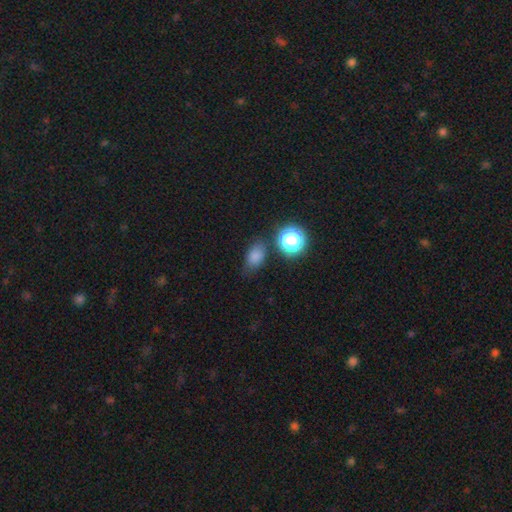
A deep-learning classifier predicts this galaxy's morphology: A smooth galaxy with no disk features (75%) that is in between round and cigar-shaped (75%).

Vote fractions:
- Smooth or featured? smooth: 75% / star or artifact: 17% / featured or disk: 8%
- How rounded? in between: 75% / round: 23% / cigar-shaped: 2%
- Merging? none: 72% / minor disturbance: 18% / major disturbance: 5% / merger: 5%